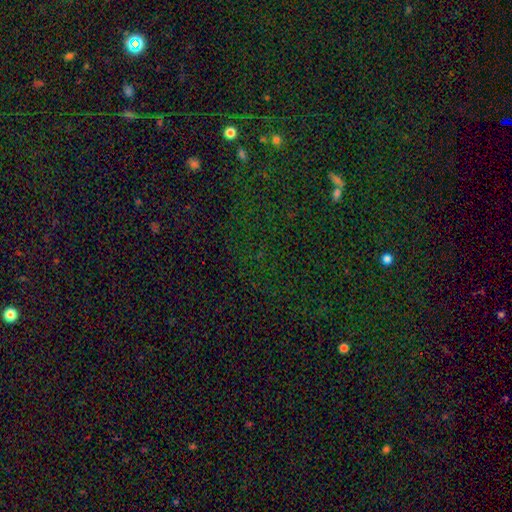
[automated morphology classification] smooth-or-featured: star or artifact: 74% | smooth: 17% | featured or disk: 9%